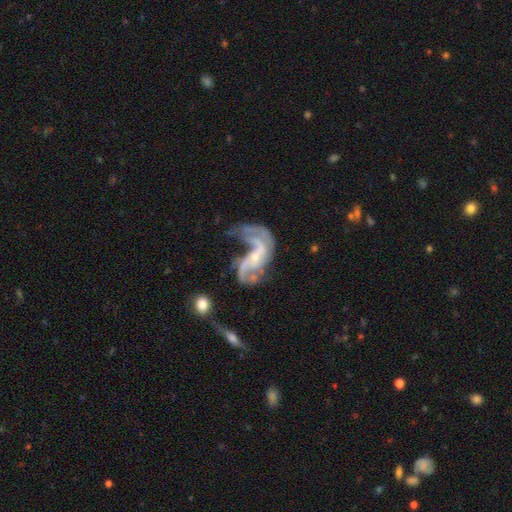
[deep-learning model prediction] Smooth or featured? featured or disk (85%)
Edge-on disk? no (97%)
Bar? no (50%)
Spiral arms? yes (90%)
Spiral winding? loose (56%)
Spiral arm count? 2 (52%)
Bulge size? small (69%)
Merging? major disturbance (44%)